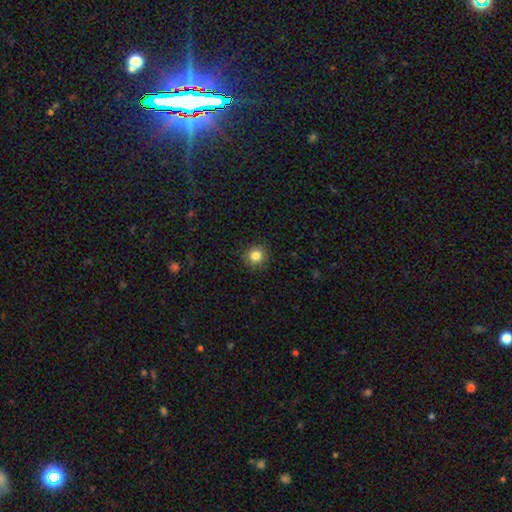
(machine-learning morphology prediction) Smooth or featured? Predicted: smooth (p=0.84). How rounded? Predicted: round (p=0.93). Merging? Predicted: none (p=0.90).